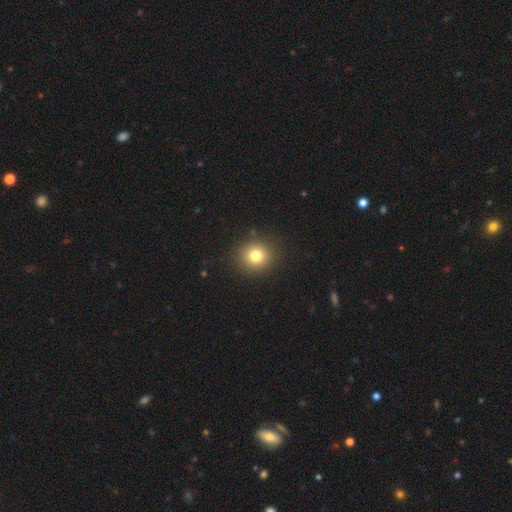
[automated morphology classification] smooth-or-featured: smooth: 79% | star or artifact: 12% | featured or disk: 8%
  how-rounded: round: 83% | in between: 16% | cigar-shaped: 1%
  merging: none: 89% | minor disturbance: 7% | major disturbance: 3% | merger: 1%